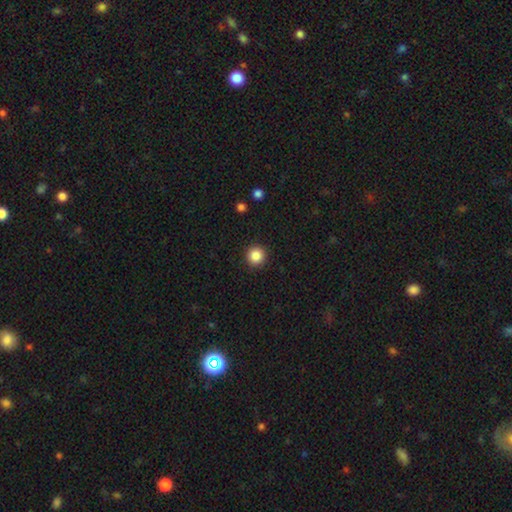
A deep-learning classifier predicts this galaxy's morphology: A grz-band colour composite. It shows a smooth galaxy with no disk features (87%) that is round (95%). Merging: none (92%).